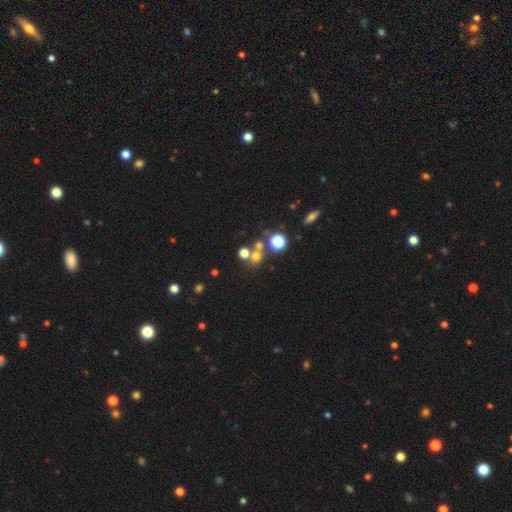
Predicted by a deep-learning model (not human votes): smooth 59%, star or artifact 27%, featured or disk 14%. Down the decision tree: how rounded — round (86%); merging — none (53%).